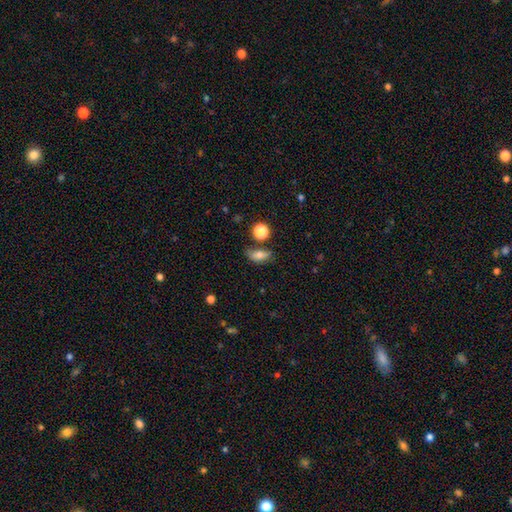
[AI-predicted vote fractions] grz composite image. It shows a smooth galaxy with no disk features (62%) that is in between round and cigar-shaped (75%). Merging: none (68%).